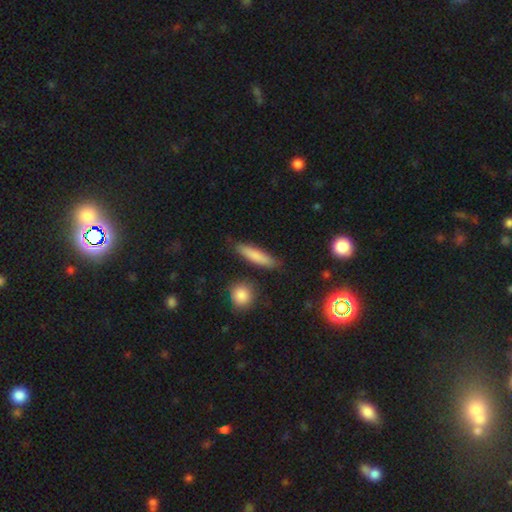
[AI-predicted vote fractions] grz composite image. It shows a smooth galaxy with no disk features (81%) that is cigar-shaped (77%). Merging: none (85%).